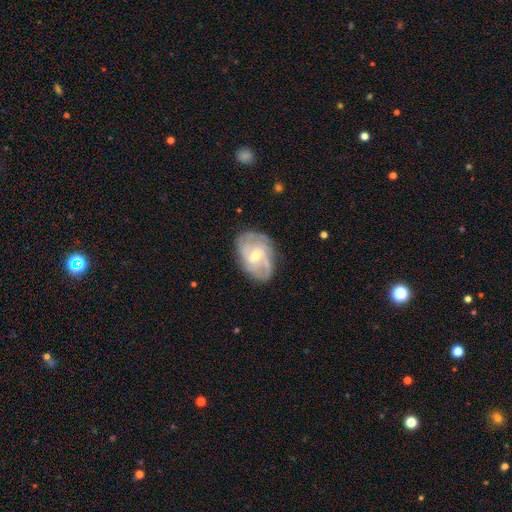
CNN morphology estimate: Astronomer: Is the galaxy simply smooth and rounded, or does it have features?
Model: featured or disk — 81%.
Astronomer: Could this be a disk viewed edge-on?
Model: no — 97%.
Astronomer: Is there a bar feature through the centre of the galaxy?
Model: no — 54% (runner-up: weak, 38%).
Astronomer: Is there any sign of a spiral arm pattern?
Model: yes — 93%.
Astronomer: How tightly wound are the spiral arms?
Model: tight — 44% (runner-up: medium, 41%).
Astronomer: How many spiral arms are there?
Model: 2 — 34% (runner-up: can't tell, 25%).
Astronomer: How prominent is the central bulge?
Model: moderate — 49% (runner-up: small, 48%).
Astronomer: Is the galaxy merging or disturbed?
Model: none — 74%.